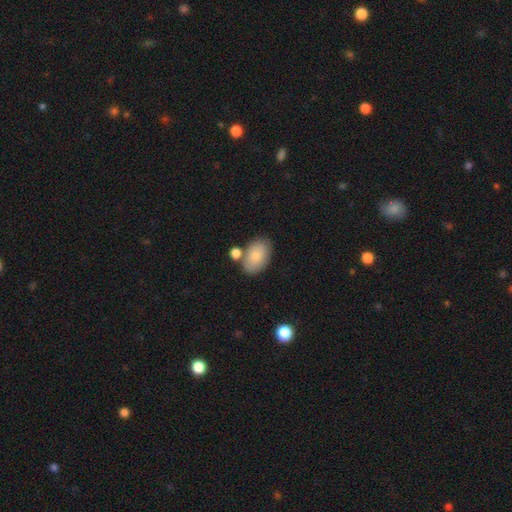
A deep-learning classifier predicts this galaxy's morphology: Smooth or featured? smooth (79%)
How rounded? in between (90%)
Merging? none (68%)